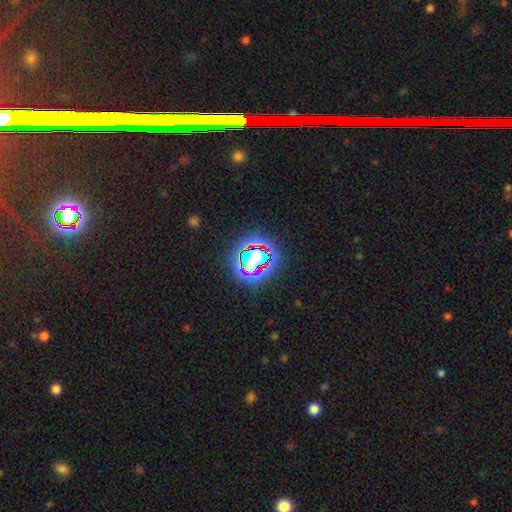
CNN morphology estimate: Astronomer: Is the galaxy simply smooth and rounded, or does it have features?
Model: star or artifact — 57%.